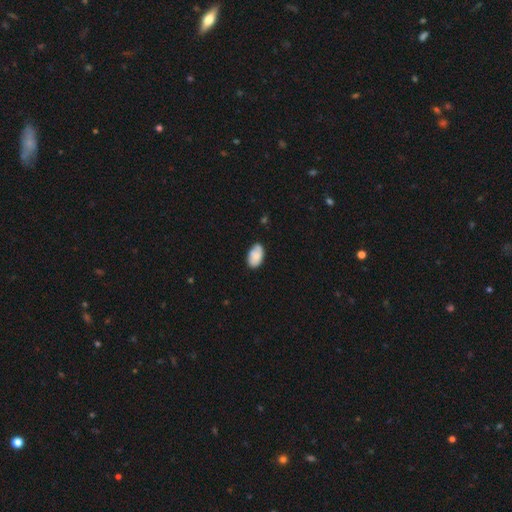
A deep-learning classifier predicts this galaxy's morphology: Q: Smooth or featured?
A: smooth (77%); runner-up: featured or disk (16%)
Q: How rounded?
A: in between (94%); runner-up: round (5%)
Q: Merging?
A: none (72%); runner-up: minor disturbance (22%)